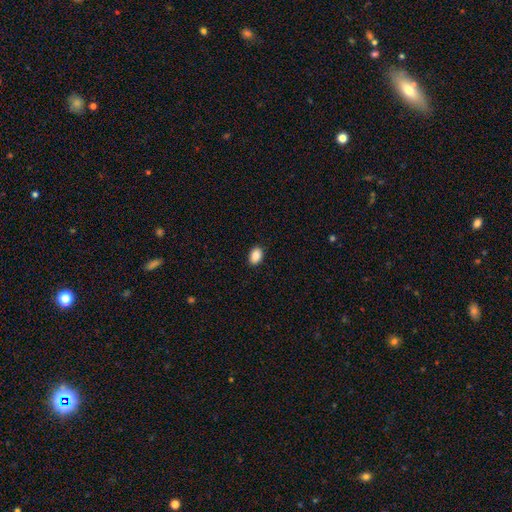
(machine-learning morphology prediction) Q: Smooth or featured?
A: smooth (90%); runner-up: star or artifact (8%)
Q: How rounded?
A: in between (82%); runner-up: round (17%)
Q: Merging?
A: none (90%); runner-up: minor disturbance (7%)